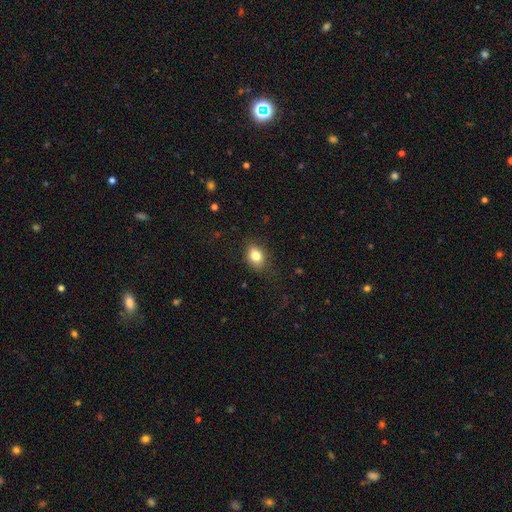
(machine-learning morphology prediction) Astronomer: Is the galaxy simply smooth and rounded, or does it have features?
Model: smooth — 81%.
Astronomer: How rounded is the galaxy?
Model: in between — 66%.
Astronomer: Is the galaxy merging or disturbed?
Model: none — 82%.